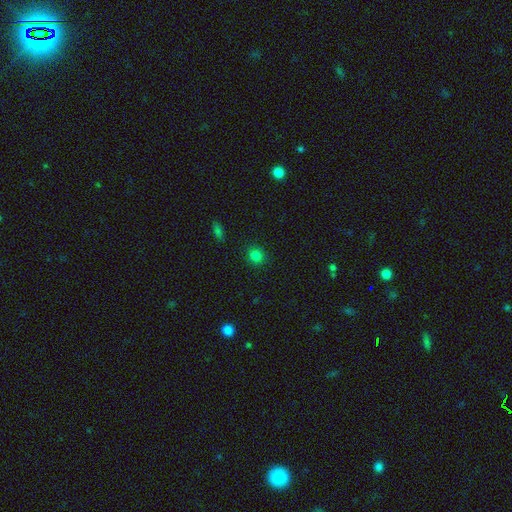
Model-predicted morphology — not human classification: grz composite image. It shows a smooth galaxy with no disk features (81%) that is round (85%). Merging: none (89%).